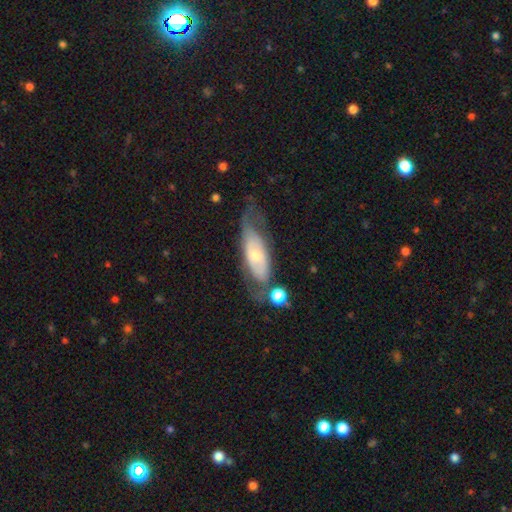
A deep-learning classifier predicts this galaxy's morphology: The model was most divided on "smooth or featured": featured or disk: 56%, smooth: 37%, star or artifact: 7%. Remaining: edge-on disk — no (78%); merging — none (50%).